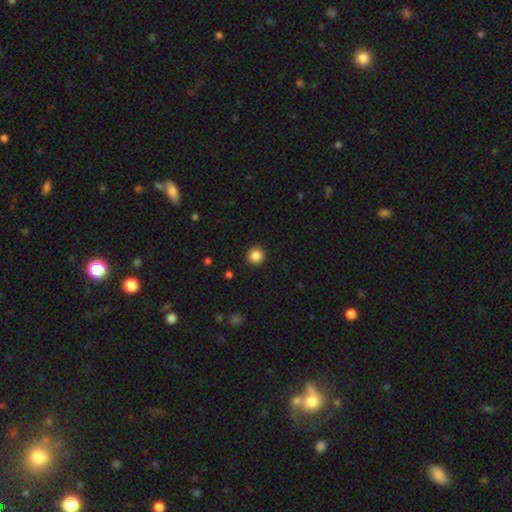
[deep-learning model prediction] This appears to be a smooth galaxy with no disk features (86%) that is round (95%). Merging: none (93%).